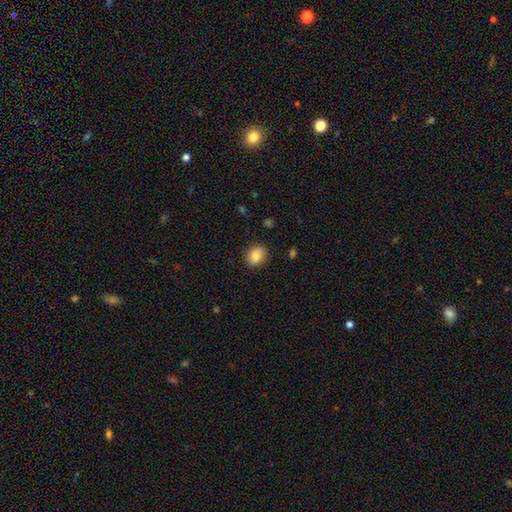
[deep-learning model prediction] Q: Smooth or featured?
A: smooth (84%); runner-up: star or artifact (9%)
Q: How rounded?
A: round (52%); runner-up: in between (47%)
Q: Merging?
A: none (86%); runner-up: minor disturbance (10%)